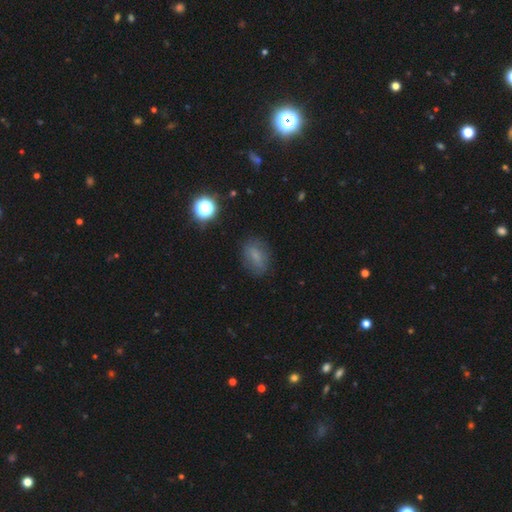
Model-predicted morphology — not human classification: Q: Smooth or featured?
A: smooth (68%); runner-up: featured or disk (17%)
Q: How rounded?
A: in between (77%); runner-up: round (19%)
Q: Merging?
A: none (75%); runner-up: minor disturbance (17%)